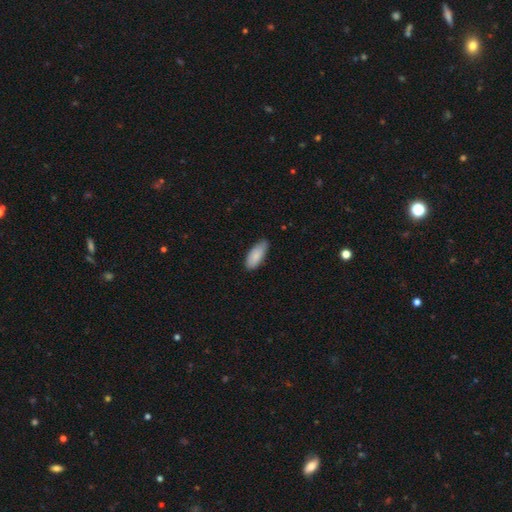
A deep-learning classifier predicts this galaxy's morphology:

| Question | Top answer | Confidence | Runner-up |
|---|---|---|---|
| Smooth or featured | smooth | 87% | featured or disk (8%) |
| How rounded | in between | 82% | cigar-shaped (16%) |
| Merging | none | 69% | minor disturbance (27%) |